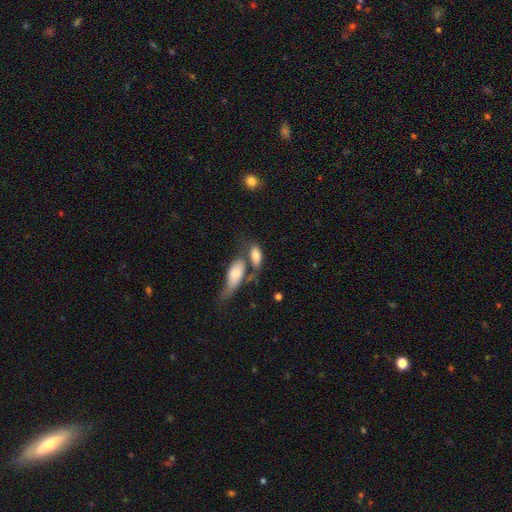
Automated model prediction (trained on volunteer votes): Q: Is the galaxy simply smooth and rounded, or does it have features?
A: smooth — 78%.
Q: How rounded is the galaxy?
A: in between — 82%.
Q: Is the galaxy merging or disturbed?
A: none — 42%.